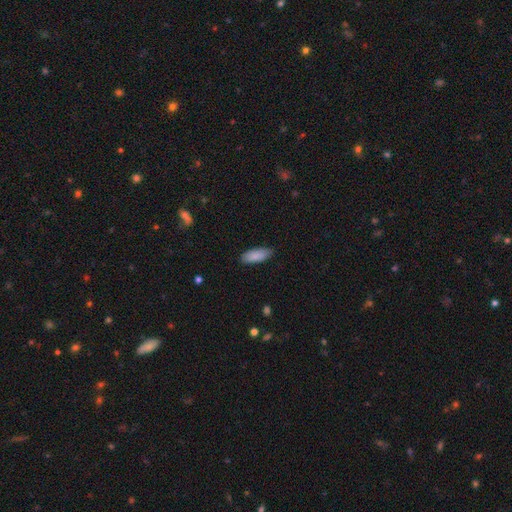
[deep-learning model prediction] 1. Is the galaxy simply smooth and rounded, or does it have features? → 87% smooth, 7% featured or disk, 6% star or artifact.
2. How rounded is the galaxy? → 76% in between, 22% cigar-shaped, 2% round.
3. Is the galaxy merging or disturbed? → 82% none, 14% minor disturbance, 2% major disturbance, 1% merger.